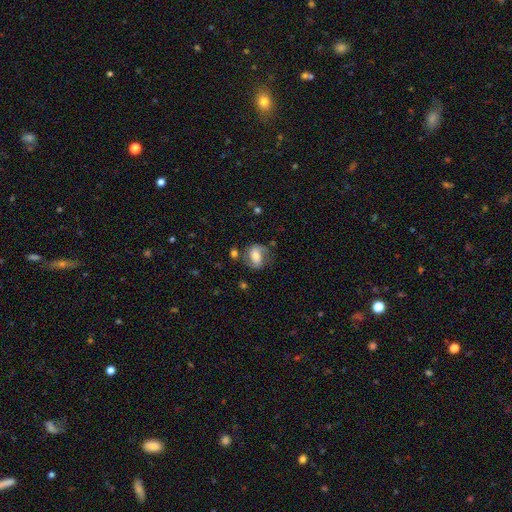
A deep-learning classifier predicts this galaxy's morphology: A featured or disk galaxy (51%). Merging: none (61%).